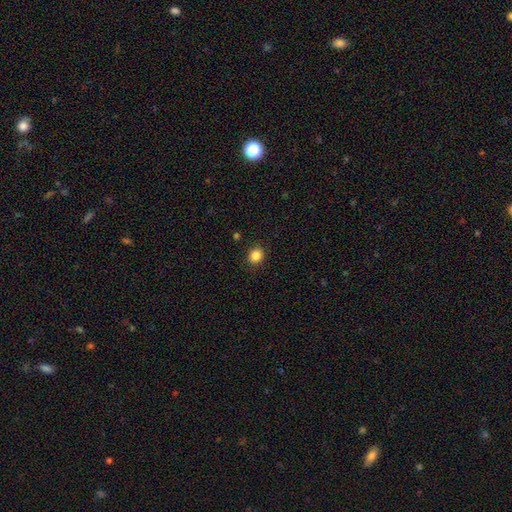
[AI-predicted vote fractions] smooth-or-featured: smooth: 85% | star or artifact: 11% | featured or disk: 4%
  how-rounded: round: 86% | in between: 13% | cigar-shaped: 1%
  merging: none: 91% | minor disturbance: 6% | major disturbance: 2% | merger: 1%